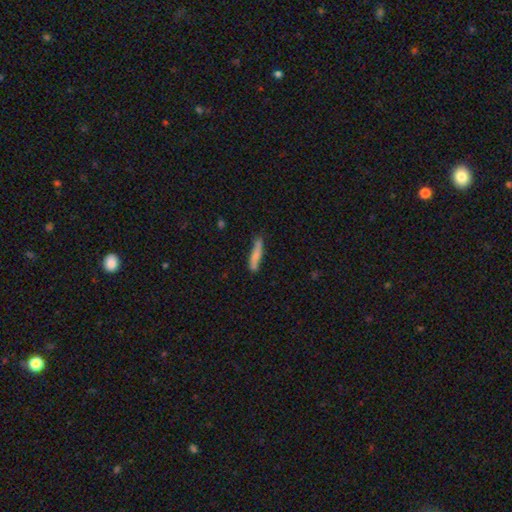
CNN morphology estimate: A smooth galaxy with no disk features (73%) that is cigar-shaped (88%). Merging: none (73%).